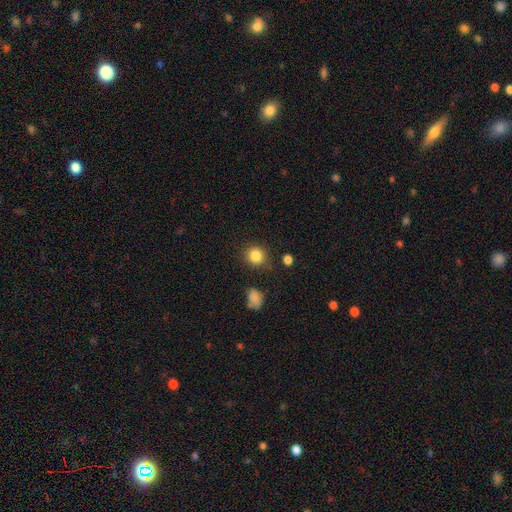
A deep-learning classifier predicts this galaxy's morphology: Smooth or featured: smooth — 85% (star or artifact — 10%)
How rounded: round — 84% (in between — 15%)
Merging: none — 84% (minor disturbance — 10%)